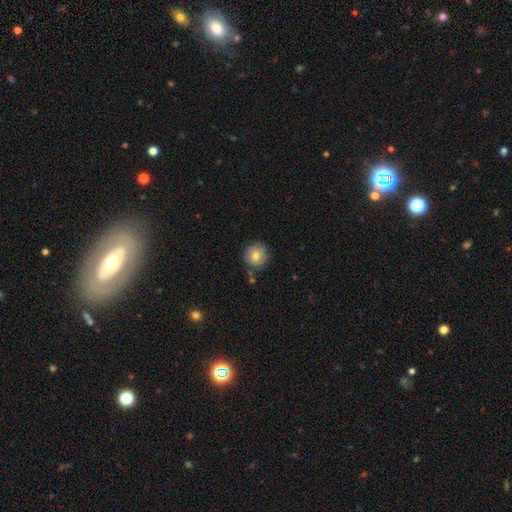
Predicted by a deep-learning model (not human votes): smooth-or-featured: smooth: 73% | featured or disk: 19% | star or artifact: 9%
  how-rounded: round: 90% | in between: 9% | cigar-shaped: 1%
  merging: none: 77% | minor disturbance: 15% | merger: 4% | major disturbance: 3%